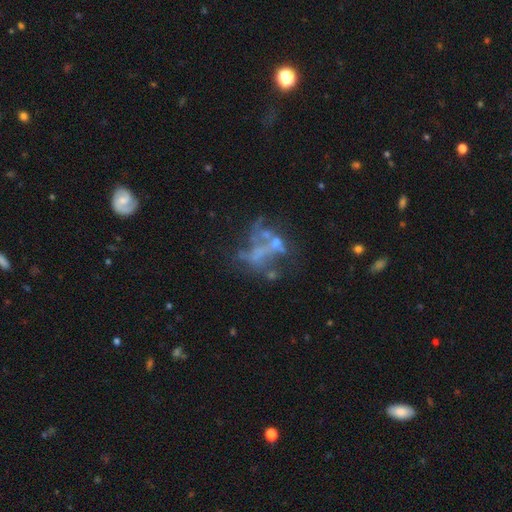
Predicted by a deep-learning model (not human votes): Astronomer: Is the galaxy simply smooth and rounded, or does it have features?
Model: featured or disk — 63%.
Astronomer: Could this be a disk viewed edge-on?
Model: no — 97%.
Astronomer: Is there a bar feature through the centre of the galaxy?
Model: no — 87%.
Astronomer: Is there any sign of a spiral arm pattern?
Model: no — 91%.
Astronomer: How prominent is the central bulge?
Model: none — 75%.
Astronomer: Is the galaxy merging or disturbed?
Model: none — 34% (runner-up: major disturbance, 31%).